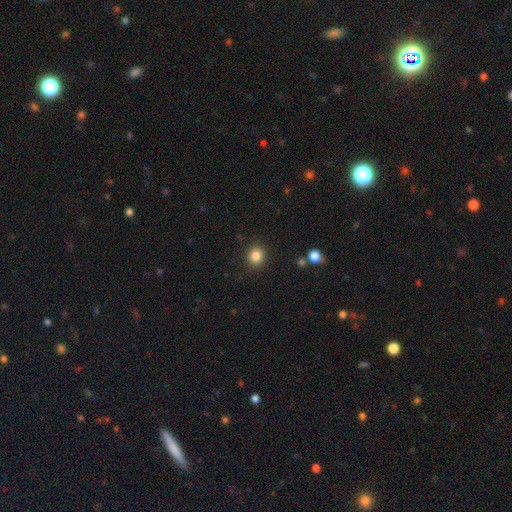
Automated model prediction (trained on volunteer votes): smooth-or-featured: smooth: 84% | star or artifact: 11% | featured or disk: 4%
  how-rounded: round: 84% | in between: 15% | cigar-shaped: 1%
  merging: none: 90% | minor disturbance: 7% | major disturbance: 2% | merger: 1%